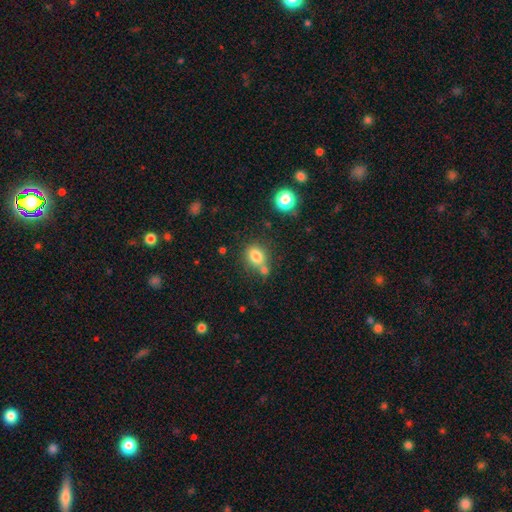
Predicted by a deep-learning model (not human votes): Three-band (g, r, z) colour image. It shows a smooth galaxy with no disk features (81%) that is in between round and cigar-shaped (49%, tied with round). Merging: none (57%).